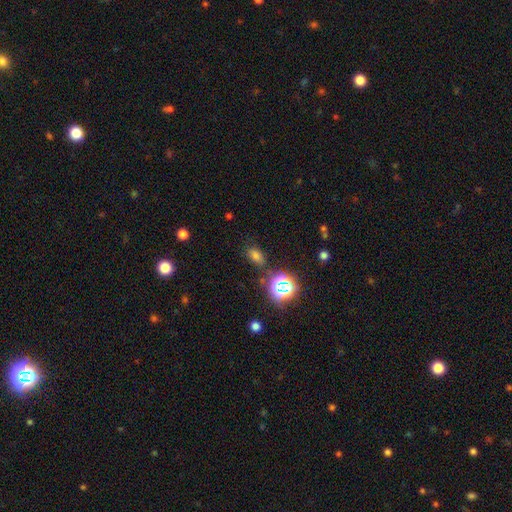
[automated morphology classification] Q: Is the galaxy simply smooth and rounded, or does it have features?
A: smooth — 63%.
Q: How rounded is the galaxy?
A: in between — 83%.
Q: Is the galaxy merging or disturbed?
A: none — 75%.